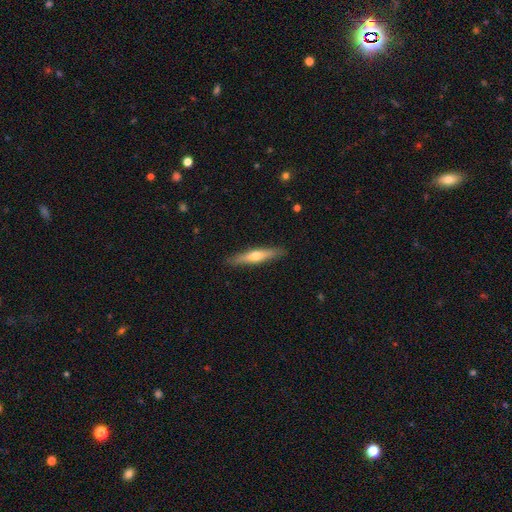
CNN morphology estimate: This appears to be a featured or disk galaxy (48%). Merging: none (89%).